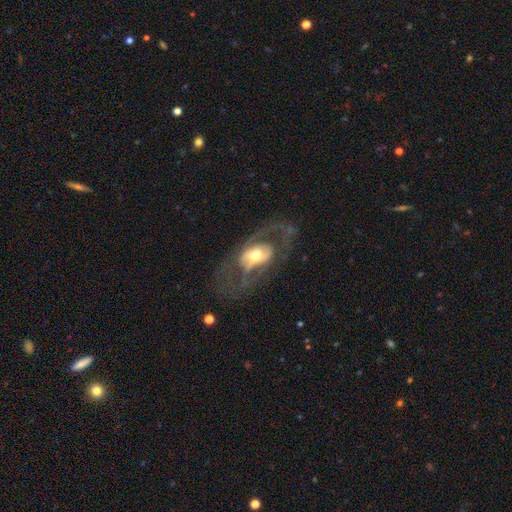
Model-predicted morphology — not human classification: This is likely a featured or disk galaxy (73%). It is clearly not viewed edge-on (92%). Bar: possibly no (48%). Spiral arm pattern: likely yes (61%). Central bulge: likely moderate (66%). Merging: possibly none (52%).